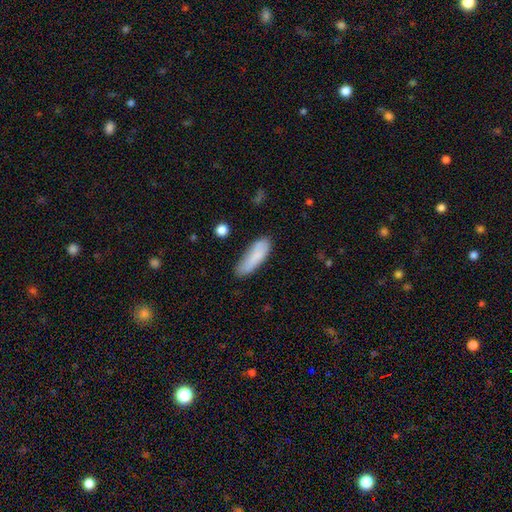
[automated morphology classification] A smooth galaxy with no disk features (81%) that is cigar-shaped (50%). Merging: none (65%).